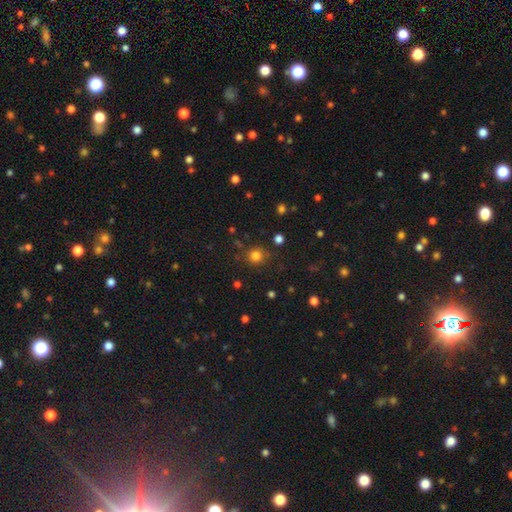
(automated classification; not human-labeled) Smooth or featured? Predicted: smooth (p=0.80). How rounded? Predicted: round (p=0.91). Merging? Predicted: none (p=0.83).